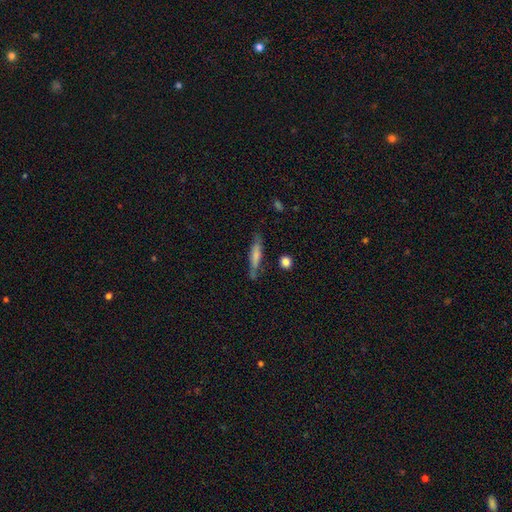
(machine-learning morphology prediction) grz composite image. It shows a smooth galaxy with no disk features (60%) that is cigar-shaped (85%). Merging: none (70%).